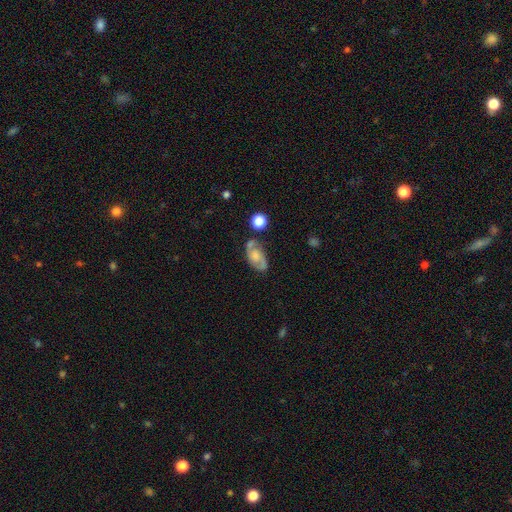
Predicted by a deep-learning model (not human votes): Smooth or featured: featured or disk — 56% (smooth — 36%)
Edge-on disk: no — 94% (yes — 6%)
Bar: no — 73% (weak — 23%)
Spiral arms: yes — 75% (no — 25%)
Bulge size: moderate — 31% (small — 26%)
Merging: none — 56% (minor disturbance — 22%)